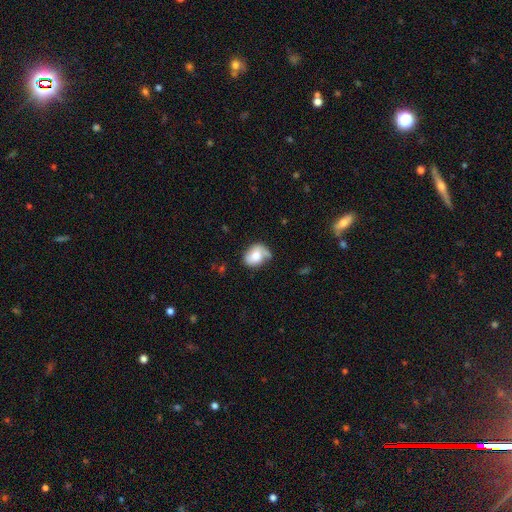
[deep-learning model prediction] smooth-or-featured: smooth: 67% | featured or disk: 25% | star or artifact: 8%
  how-rounded: in between: 62% | round: 37% | cigar-shaped: 1%
  merging: none: 46% | minor disturbance: 33% | major disturbance: 14% | merger: 7%